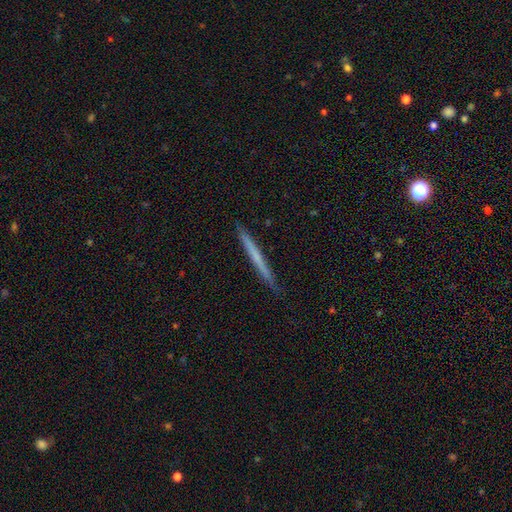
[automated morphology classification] This is possibly a smooth galaxy (51%). How rounded: clearly cigar-shaped (97%). Merging: clearly none (89%).